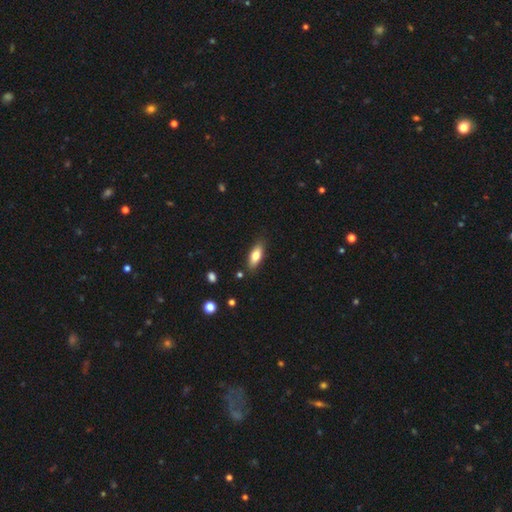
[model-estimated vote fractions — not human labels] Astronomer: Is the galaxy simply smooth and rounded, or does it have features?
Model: smooth — 74%.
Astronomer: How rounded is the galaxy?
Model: in between — 75%.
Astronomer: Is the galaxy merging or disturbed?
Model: none — 84%.